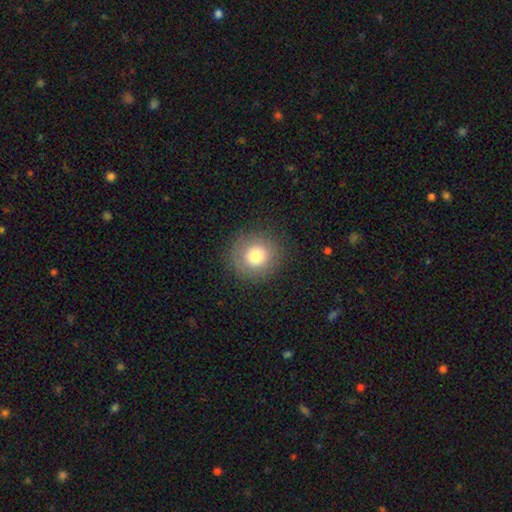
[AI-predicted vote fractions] Smooth or featured? Predicted: smooth (p=0.76). How rounded? Predicted: round (p=0.94). Merging? Predicted: none (p=0.88).